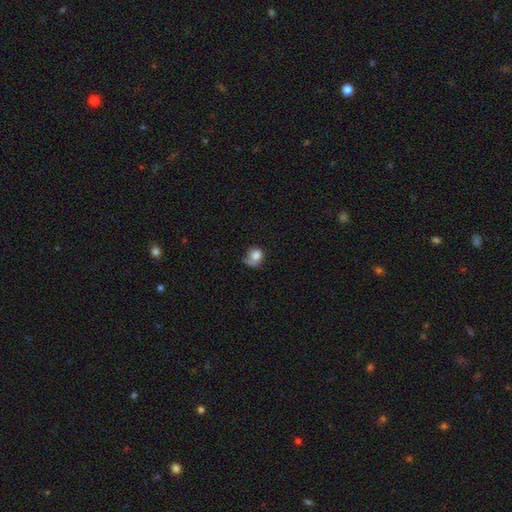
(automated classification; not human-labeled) This appears to be a smooth galaxy with no disk features (77%) that is round (72%). Merging: none (40%).